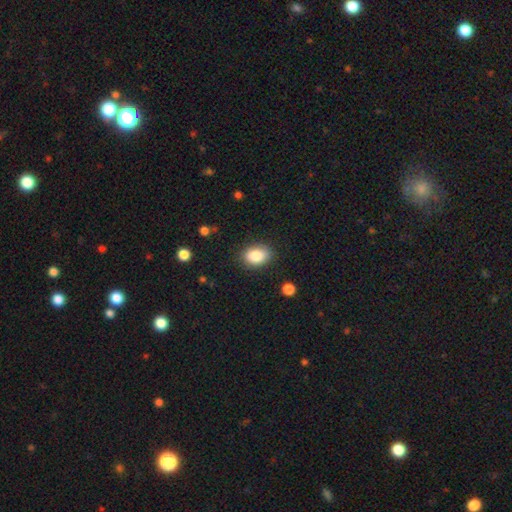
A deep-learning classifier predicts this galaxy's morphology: This is clearly a smooth galaxy (86%). How rounded: clearly in between (80%). Merging: clearly none (83%).